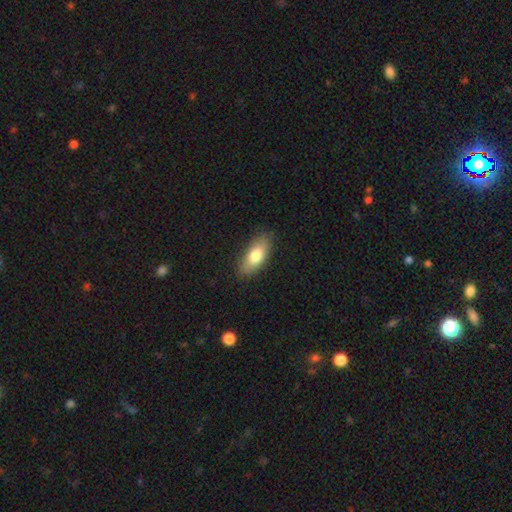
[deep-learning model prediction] smooth_or_featured: smooth (p=0.77) [alt: featured or disk p=0.17]
how_rounded: in between (p=0.81) [alt: cigar-shaped p=0.16]
merging: none (p=0.85) [alt: minor disturbance p=0.11]